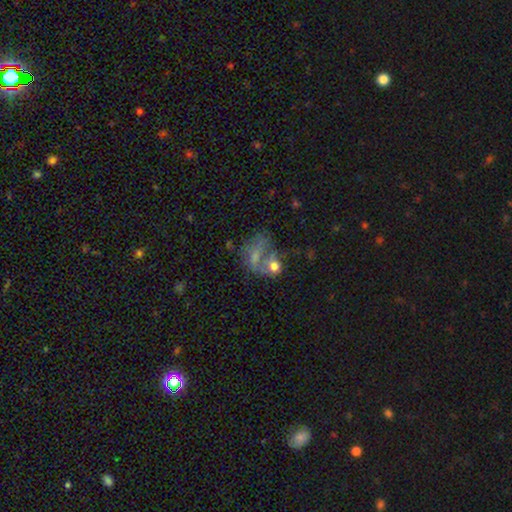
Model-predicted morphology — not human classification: Overall: smooth (48%; featured or disk 35%). Merging: merger (40%; major disturbance 24%).